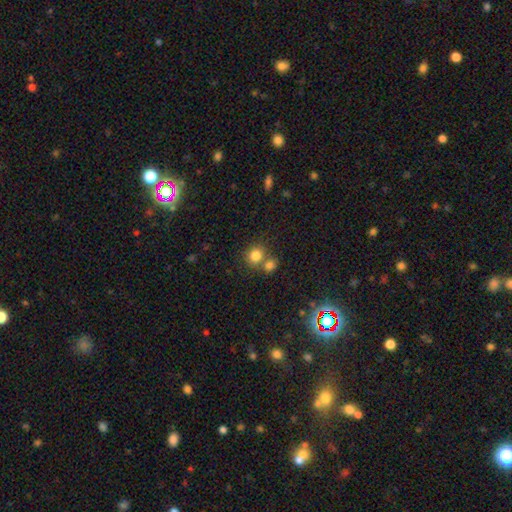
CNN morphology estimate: A smooth galaxy with no disk features (81%) that is round (82%).

Vote fractions:
- Smooth or featured? smooth: 81% / star or artifact: 12% / featured or disk: 7%
- How rounded? round: 82% / in between: 17% / cigar-shaped: 1%
- Merging? none: 55% / merger: 33% / minor disturbance: 8% / major disturbance: 3%